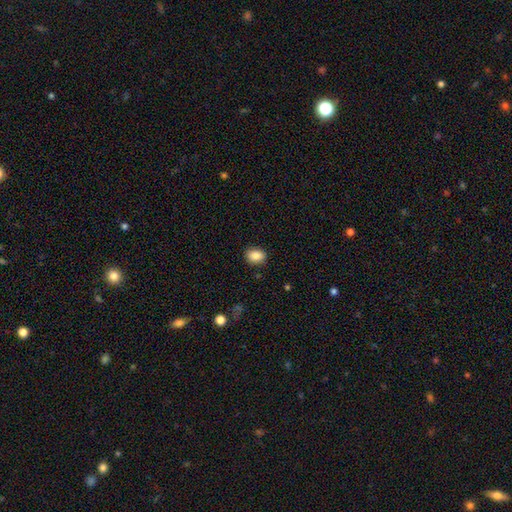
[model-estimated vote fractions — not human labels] The model was most divided on "how rounded": in between: 66%, round: 33%, cigar-shaped: 1%. More confident: smooth or featured — smooth (87%); merging — none (87%).